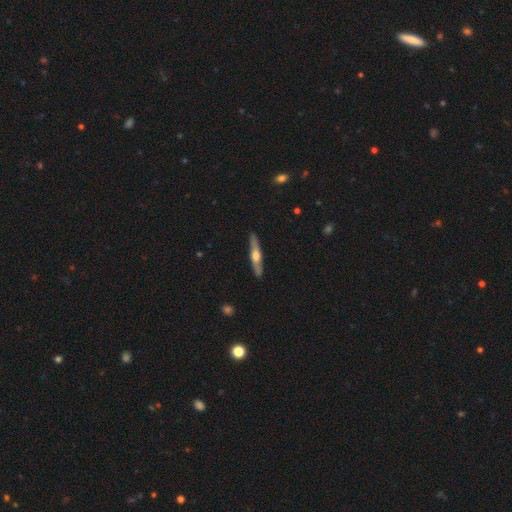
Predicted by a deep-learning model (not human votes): This is possibly a featured or disk galaxy (59%). It is clearly viewed edge-on (92%). Edge-on bulge: clearly rounded (88%). Merging: clearly none (89%).